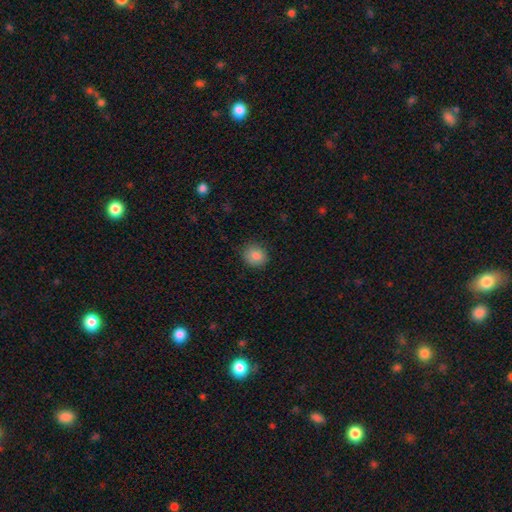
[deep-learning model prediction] Morphology: type=smooth (86%); roundness=round (81%); merging=none (88%).